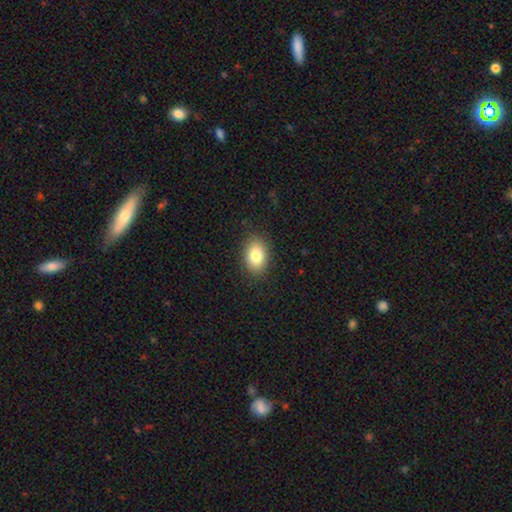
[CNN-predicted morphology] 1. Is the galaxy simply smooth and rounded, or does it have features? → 82% smooth, 9% featured or disk, 9% star or artifact.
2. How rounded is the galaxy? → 81% in between, 18% round, 1% cigar-shaped.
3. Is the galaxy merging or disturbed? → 87% none, 9% minor disturbance, 3% major disturbance, 1% merger.